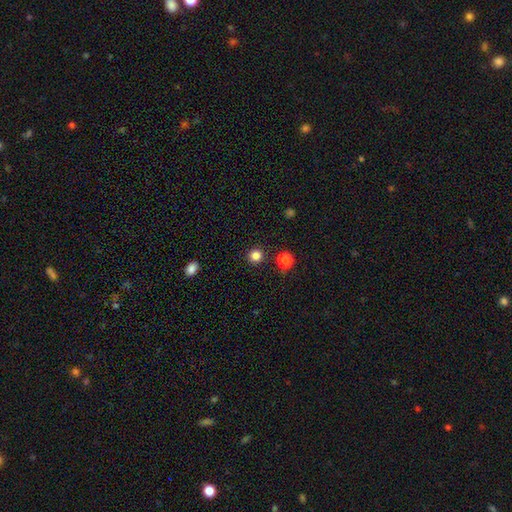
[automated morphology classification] Q: Smooth or featured?
A: smooth (83%); runner-up: star or artifact (13%)
Q: How rounded?
A: round (94%); runner-up: in between (5%)
Q: Merging?
A: none (91%); runner-up: minor disturbance (5%)